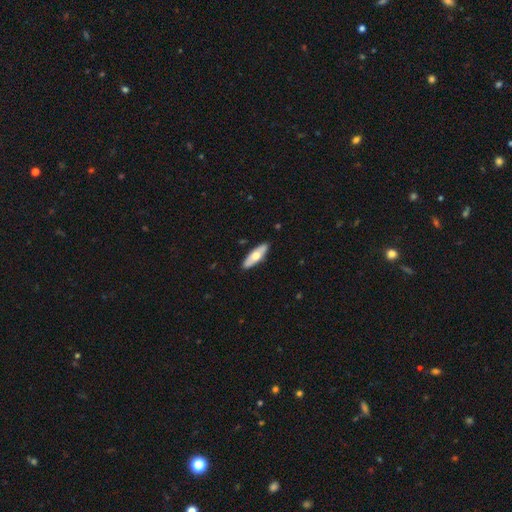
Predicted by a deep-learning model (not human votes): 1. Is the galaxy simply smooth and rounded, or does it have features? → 60% smooth, 35% featured or disk, 5% star or artifact.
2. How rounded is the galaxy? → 53% in between, 44% cigar-shaped, 2% round.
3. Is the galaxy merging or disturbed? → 90% none, 8% minor disturbance, 2% major disturbance, 1% merger.